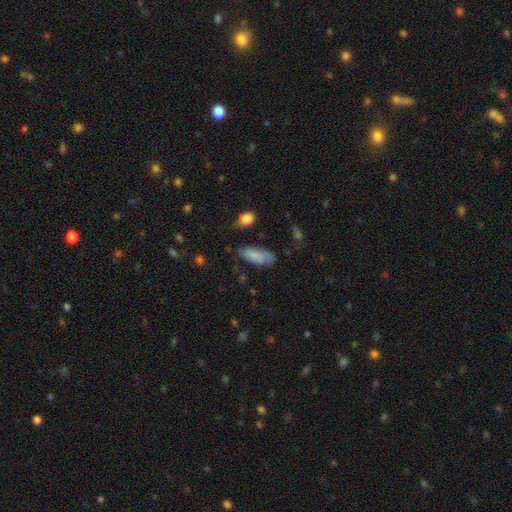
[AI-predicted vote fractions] Morphology: type=smooth (77%); roundness=in between (74%); merging=none (57%).